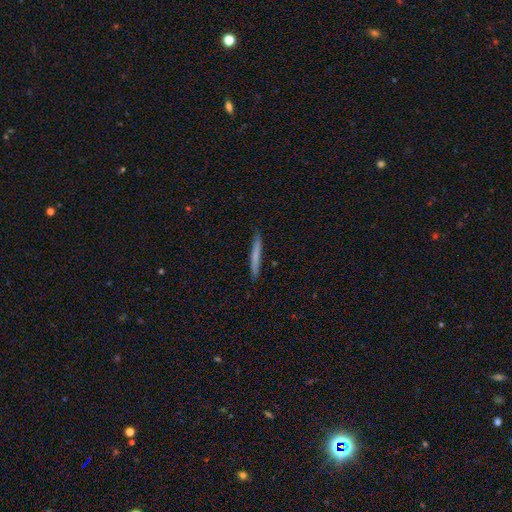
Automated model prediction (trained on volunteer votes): Smooth or featured?
  - smooth: 67% *
  - featured or disk: 27%
  - star or artifact: 6%
How rounded?
  - cigar-shaped: 97% *
  - in between: 2%
  - round: 1%
Merging?
  - none: 90% *
  - minor disturbance: 7%
  - major disturbance: 1%
  - merger: 1%